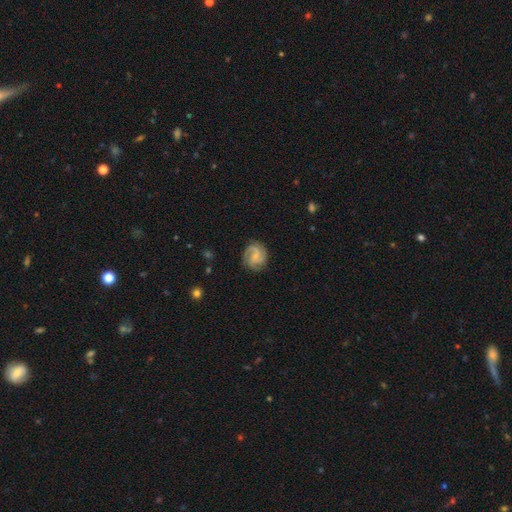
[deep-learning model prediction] Smooth or featured? featured or disk (83%)
Edge-on disk? no (98%)
Bar? no (46%)
Spiral arms? yes (97%)
Spiral winding? medium (51%)
Spiral arm count? 2 (44%)
Bulge size? small (59%)
Merging? none (79%)